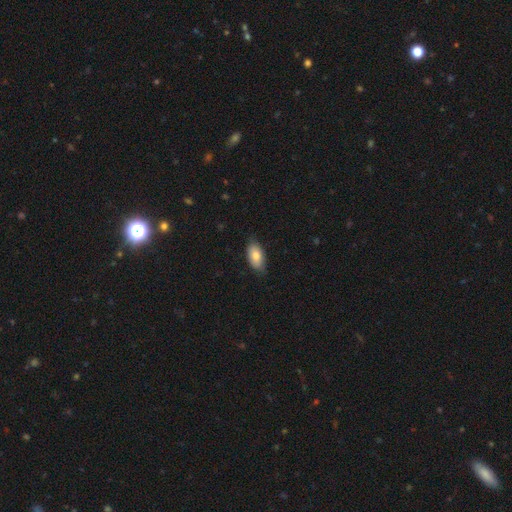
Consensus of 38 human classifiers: smooth-or-featured: smooth: 82% | featured or disk: 13% | star or artifact: 5%
  how-rounded: in between: 100% | round: 0% | cigar-shaped: 0%
  merging: none: 81% | minor disturbance: 19% | major disturbance: 0% | merger: 0%